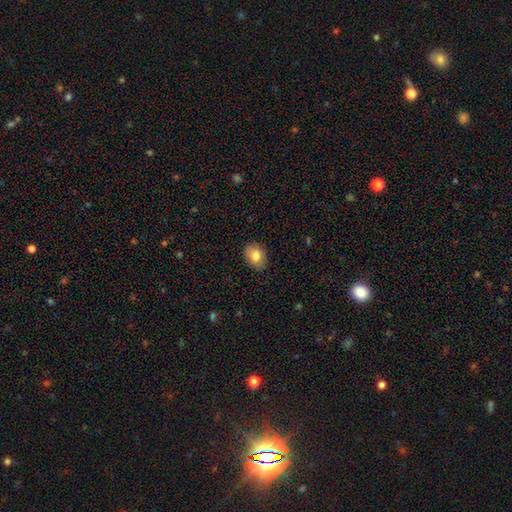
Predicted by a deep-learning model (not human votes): This appears to be a smooth galaxy with no disk features (81%) that is in between round and cigar-shaped (70%). Merging: none (87%).